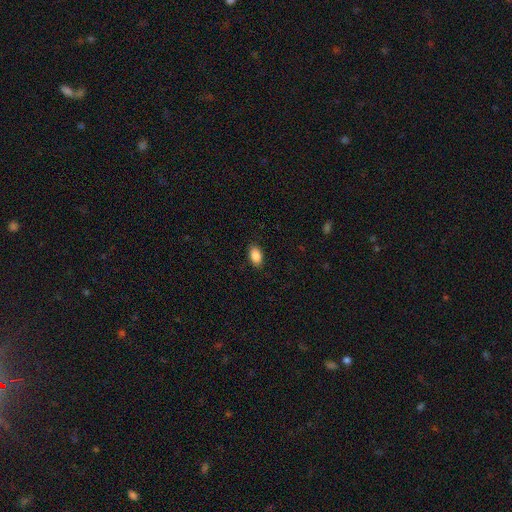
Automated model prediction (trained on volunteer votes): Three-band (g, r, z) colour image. It shows a smooth galaxy with no disk features (87%) that is in between round and cigar-shaped (90%). Merging: none (87%).